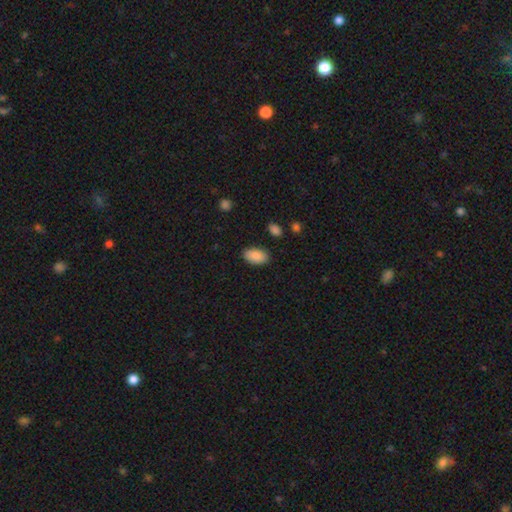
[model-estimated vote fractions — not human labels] A smooth galaxy with no disk features (89%) that is in between round and cigar-shaped (94%).

Vote fractions:
- Smooth or featured? smooth: 89% / star or artifact: 7% / featured or disk: 4%
- How rounded? in between: 94% / round: 4% / cigar-shaped: 2%
- Merging? none: 85% / minor disturbance: 11% / major disturbance: 3% / merger: 2%